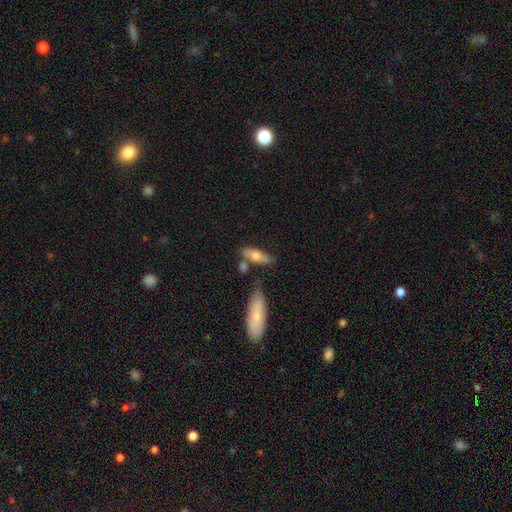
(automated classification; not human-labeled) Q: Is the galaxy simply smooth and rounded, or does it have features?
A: smooth — 63%.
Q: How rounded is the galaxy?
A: in between — 60%.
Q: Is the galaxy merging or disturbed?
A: none — 59%.